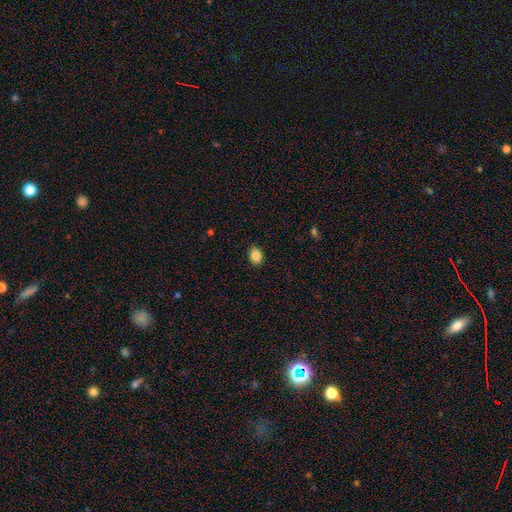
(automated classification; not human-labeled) Smooth or featured: smooth — 87% (star or artifact — 9%)
How rounded: in between — 71% (round — 28%)
Merging: none — 89% (minor disturbance — 8%)